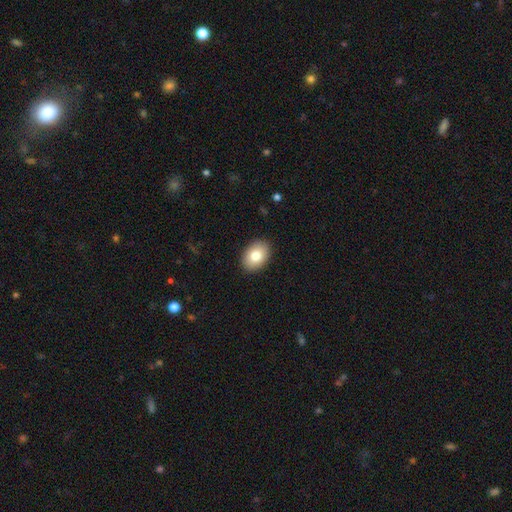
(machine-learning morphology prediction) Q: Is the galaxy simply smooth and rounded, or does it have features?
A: smooth — 82%.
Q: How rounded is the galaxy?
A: in between — 81%.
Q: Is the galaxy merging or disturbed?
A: none — 90%.